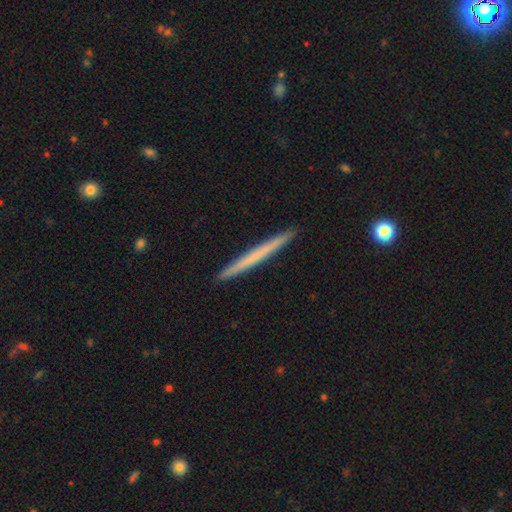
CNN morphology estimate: Overall: smooth (54%; featured or disk 40%). How rounded: cigar-shaped (97%). Merging: none (93%).